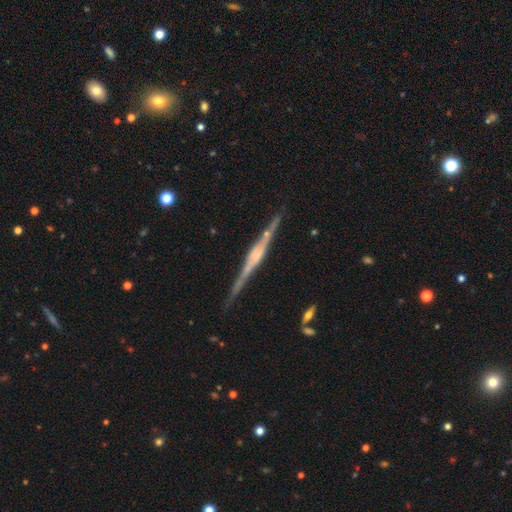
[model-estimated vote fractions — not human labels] Smooth or featured? featured or disk (86%)
Edge-on disk? yes (98%)
Edge-on bulge? rounded (48%)
Merging? none (87%)